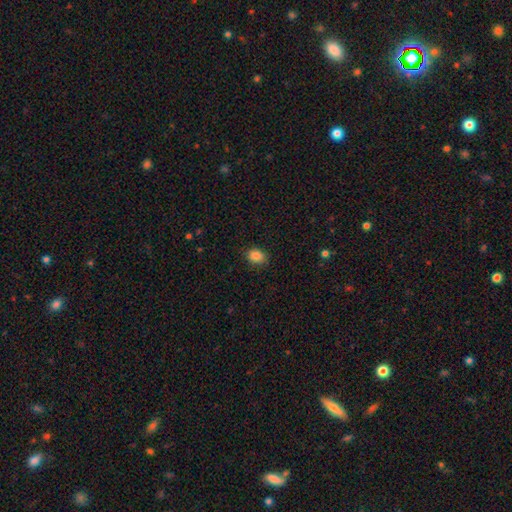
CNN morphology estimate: Smooth or featured? Predicted: smooth (p=0.87). How rounded? Predicted: in between (p=0.66). Merging? Predicted: none (p=0.85).